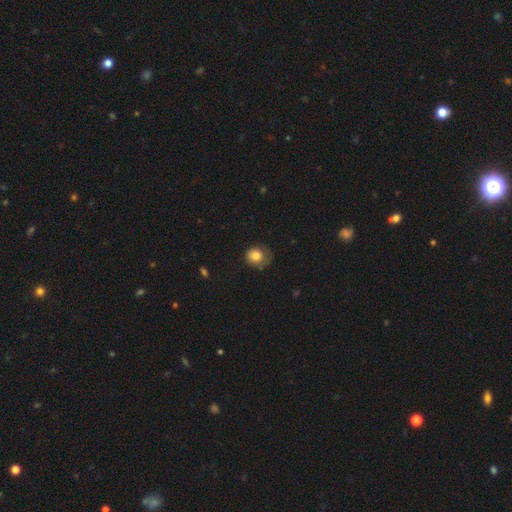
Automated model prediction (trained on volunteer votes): A smooth galaxy with no disk features (79%) that is round (71%). Merging: none (51%).